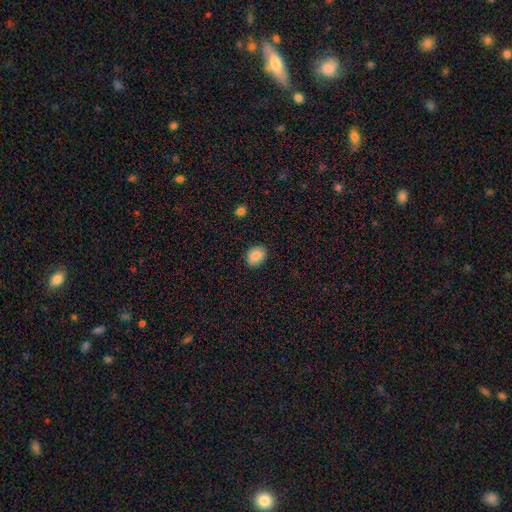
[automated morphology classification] This appears to be a smooth galaxy with no disk features (84%) that is in between round and cigar-shaped (60%). Merging: none (88%).